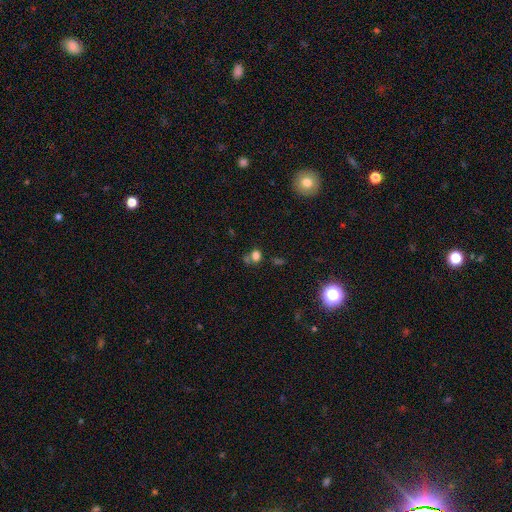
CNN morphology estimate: This is likely a smooth galaxy (70%). How rounded: likely round (62%). Merging: possibly none (54%).